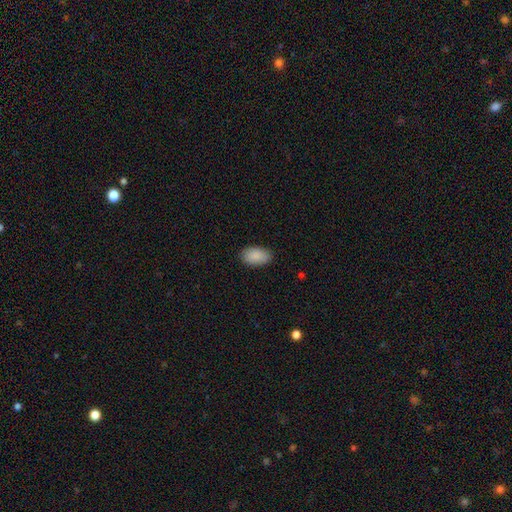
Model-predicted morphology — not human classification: Q: Smooth or featured?
A: smooth (90%); runner-up: star or artifact (7%)
Q: How rounded?
A: in between (93%); runner-up: round (5%)
Q: Merging?
A: none (85%); runner-up: minor disturbance (11%)